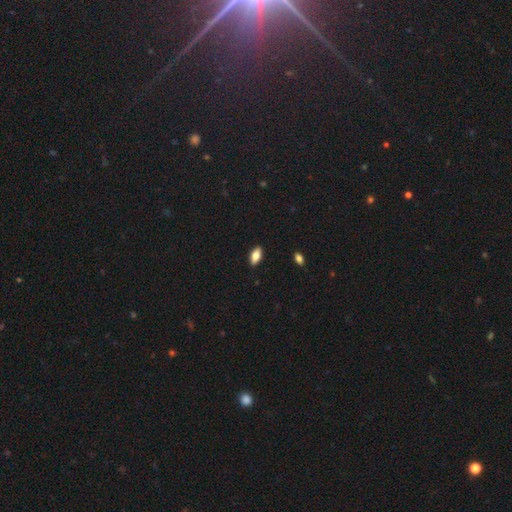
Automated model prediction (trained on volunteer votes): A smooth galaxy with no disk features (78%) that is in between round and cigar-shaped (89%). Merging: none (89%).